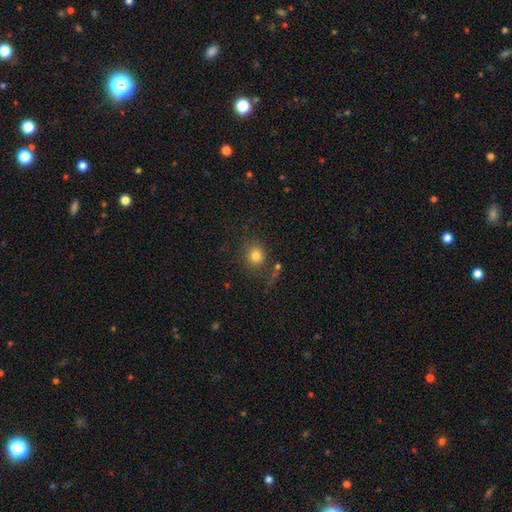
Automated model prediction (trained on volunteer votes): This appears to be a smooth galaxy with no disk features (80%) that is round (82%). Merging: none (72%).